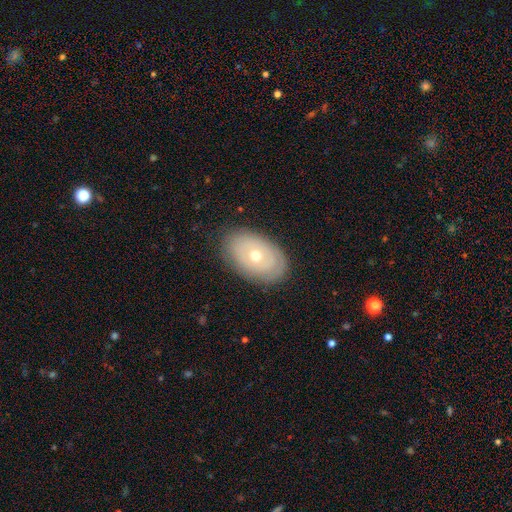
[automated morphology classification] smooth_or_featured: featured or disk (p=0.46) [tied with: smooth p=0.46]
merging: none (p=0.82) [alt: minor disturbance p=0.13]